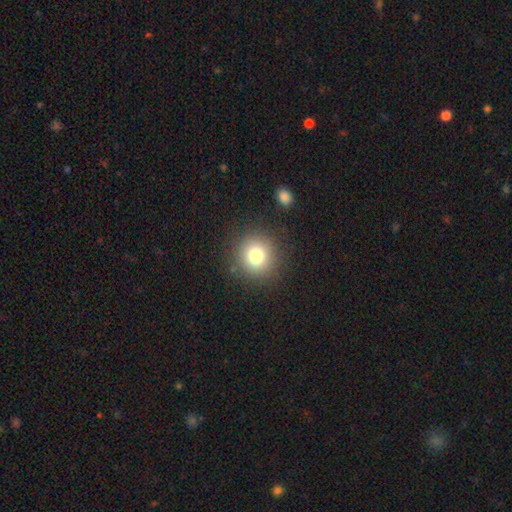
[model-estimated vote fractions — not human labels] A smooth galaxy with no disk features (80%) that is round (92%). Merging: none (88%).